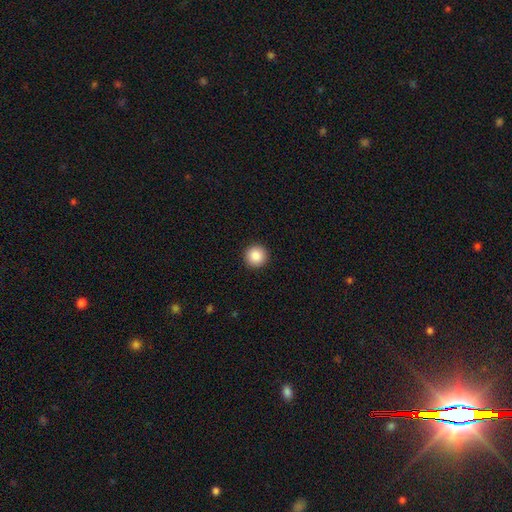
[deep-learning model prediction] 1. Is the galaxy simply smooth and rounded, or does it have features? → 88% smooth, 9% star or artifact, 3% featured or disk.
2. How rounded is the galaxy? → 96% round, 3% in between, 1% cigar-shaped.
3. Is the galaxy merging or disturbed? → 93% none, 4% minor disturbance, 2% major disturbance, 1% merger.